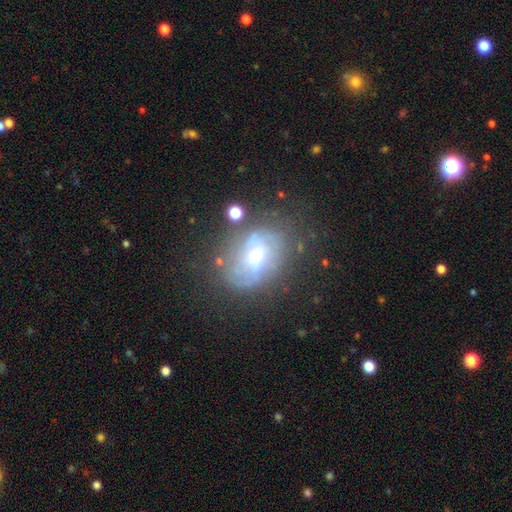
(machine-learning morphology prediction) Overall: featured or disk (59%; smooth 30%). Edge-on disk: no (93%). Bar: no (50%; weak 38%). Spiral arms: yes (56%; no 44%). Bulge size: small (46%, tied with moderate). Merging: none (58%; minor disturbance 22%).